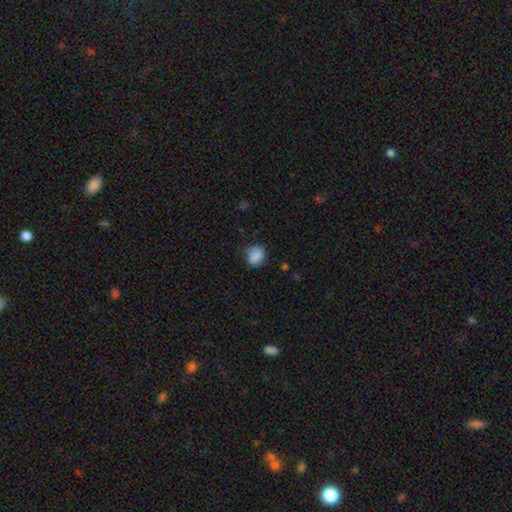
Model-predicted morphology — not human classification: The model was most divided on "how rounded": round: 64%, in between: 35%, cigar-shaped: 1%. More confident: smooth or featured — smooth (84%); merging — none (67%).